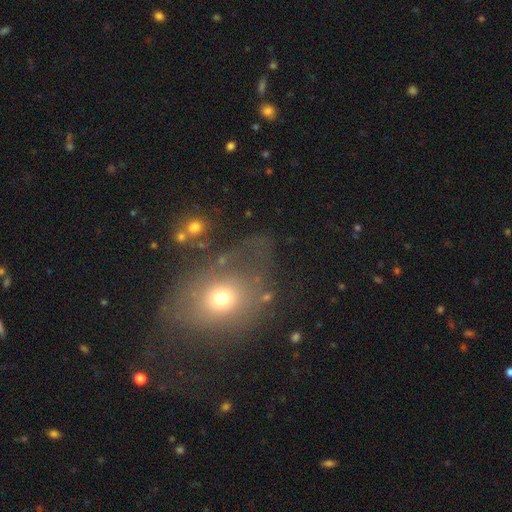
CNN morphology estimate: This is possibly a smooth galaxy (53%). How rounded: possibly in between (52%). Merging: possibly none (48%).